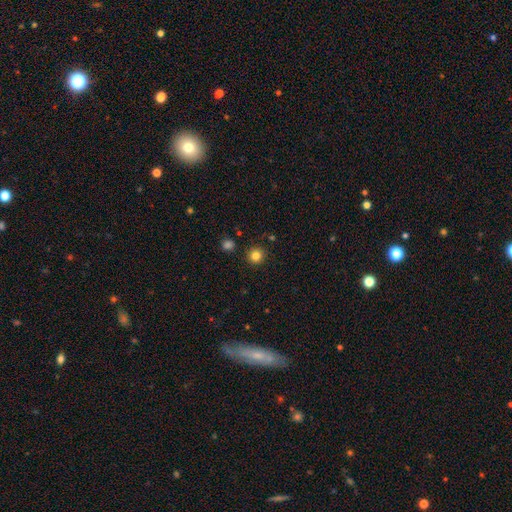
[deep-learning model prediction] Morphology: type=smooth (83%); roundness=round (94%); merging=none (91%).